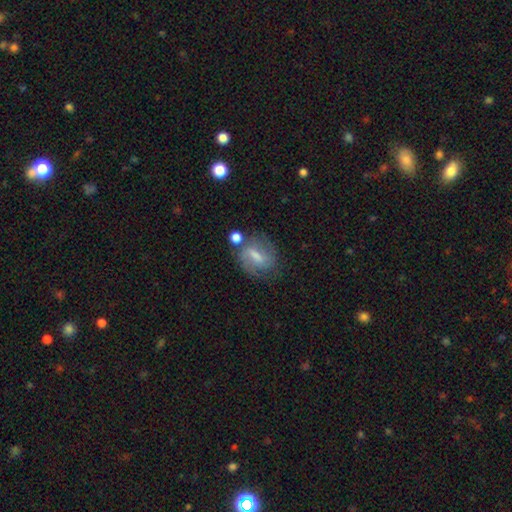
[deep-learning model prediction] A featured or disk galaxy (61%) with a weak bar (50%), spiral arms (81%) and a small central bulge (41%).

Vote fractions:
- Smooth or featured? featured or disk: 61% / smooth: 29% / star or artifact: 10%
- Edge-on disk? no: 95% / yes: 5%
- Bar? weak: 50% / strong: 33% / no: 17%
- Spiral arms? yes: 81% / no: 19%
- Bulge size? small: 41% / moderate: 36% / none: 16% / large: 5% / dominant: 1%
- Merging? none: 66% / minor disturbance: 18% / major disturbance: 9% / merger: 7%